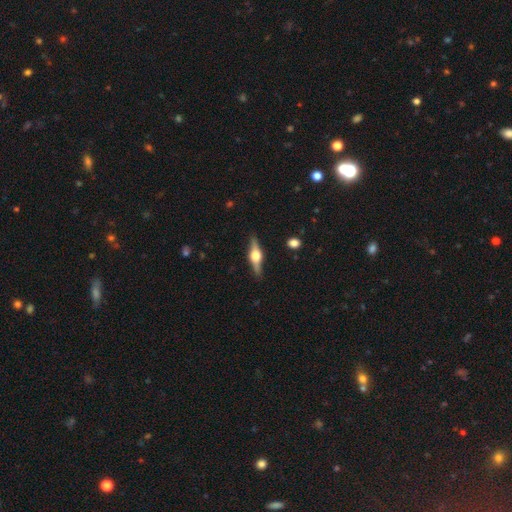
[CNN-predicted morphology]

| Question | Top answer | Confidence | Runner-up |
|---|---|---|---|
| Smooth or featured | featured or disk | 76% | smooth (18%) |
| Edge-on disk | yes | 97% | no (3%) |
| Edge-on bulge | rounded | 95% | boxy (4%) |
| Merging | none | 89% | minor disturbance (8%) |